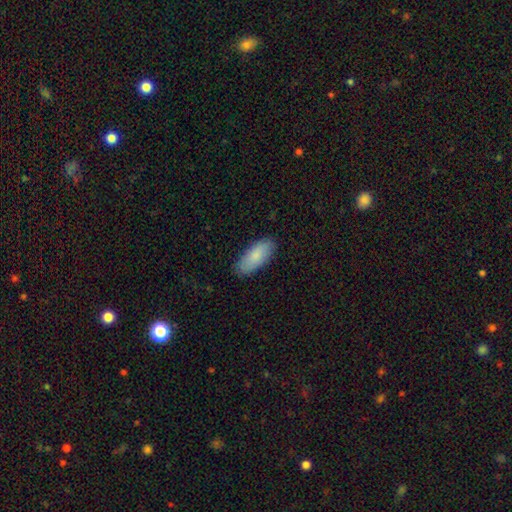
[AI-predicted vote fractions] smooth_or_featured: smooth (p=0.85) [alt: featured or disk p=0.09]
how_rounded: in between (p=0.84) [alt: cigar-shaped p=0.14]
merging: none (p=0.85) [alt: minor disturbance p=0.12]